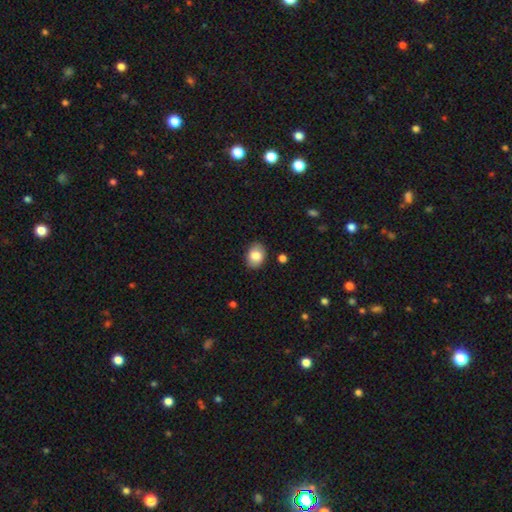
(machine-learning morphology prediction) smooth-or-featured: smooth: 82% | featured or disk: 10% | star or artifact: 8%
  how-rounded: in between: 65% | round: 34% | cigar-shaped: 1%
  merging: none: 86% | minor disturbance: 10% | major disturbance: 2% | merger: 2%